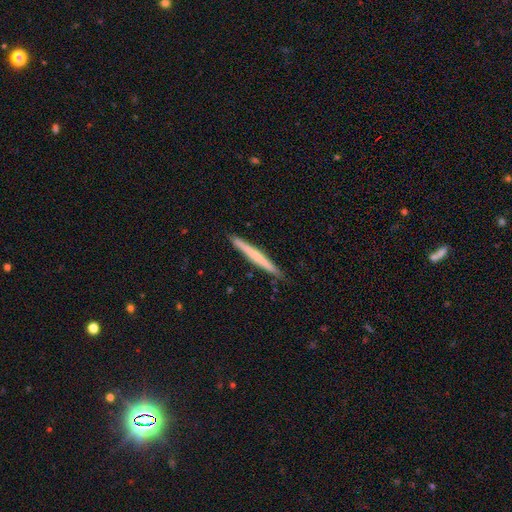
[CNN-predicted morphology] This is possibly a smooth galaxy (54%). How rounded: clearly cigar-shaped (97%). Merging: clearly none (90%).